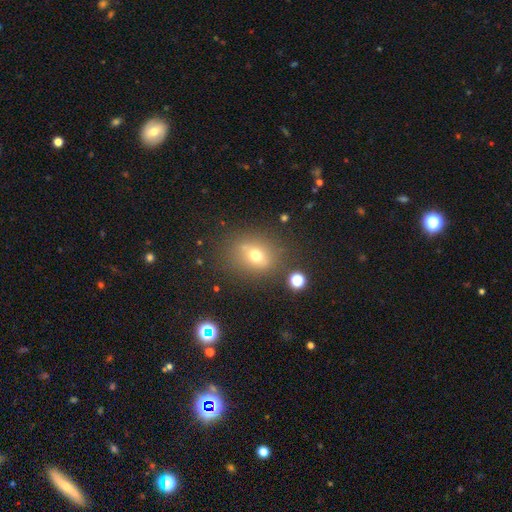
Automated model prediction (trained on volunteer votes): smooth 63%, featured or disk 20%, star or artifact 17%. Down the decision tree: how rounded — round (52%); merging — none (72%).